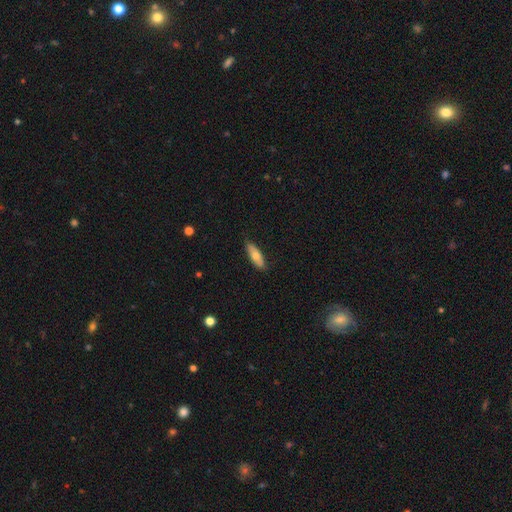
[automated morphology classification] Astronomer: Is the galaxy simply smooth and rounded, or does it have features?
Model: smooth — 66%.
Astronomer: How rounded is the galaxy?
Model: in between — 59% (runner-up: cigar-shaped, 39%).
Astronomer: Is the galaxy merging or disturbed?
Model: none — 82%.